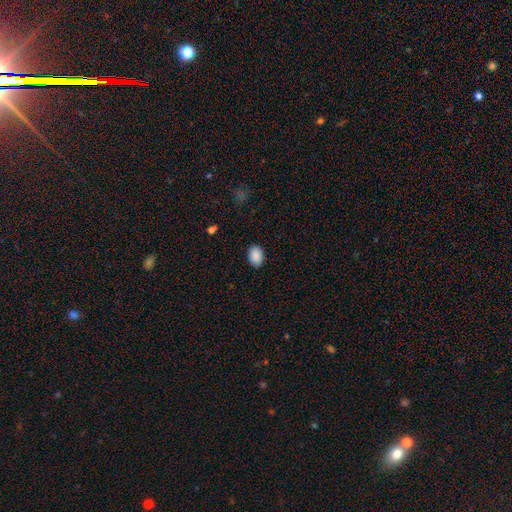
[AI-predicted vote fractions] Morphology: type=smooth (90%); roundness=in between (82%); merging=none (88%).